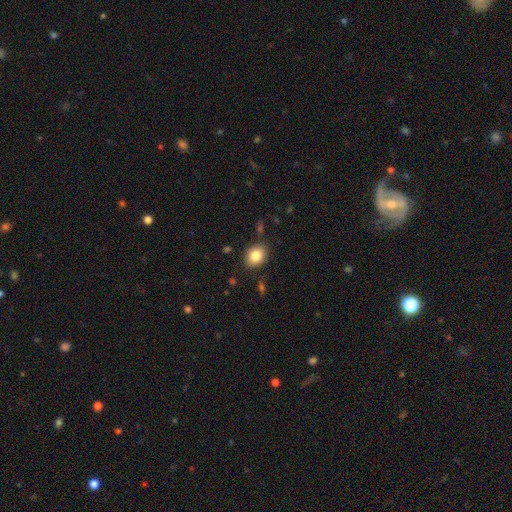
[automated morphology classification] This is clearly a smooth galaxy (84%). How rounded: possibly in between (59%). Merging: clearly none (85%).